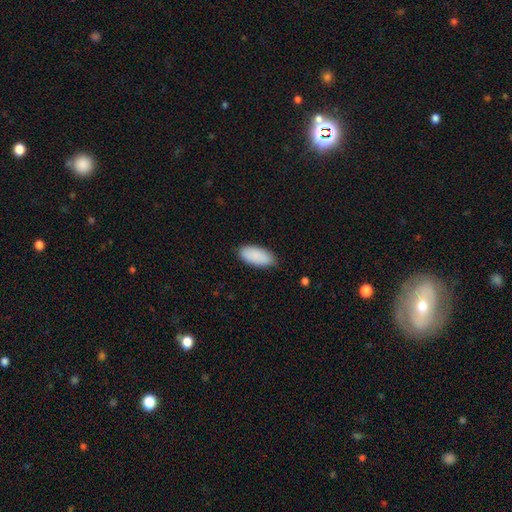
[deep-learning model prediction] Smooth or featured: smooth — 90% (star or artifact — 6%)
How rounded: in between — 92% (cigar-shaped — 6%)
Merging: none — 82% (minor disturbance — 15%)